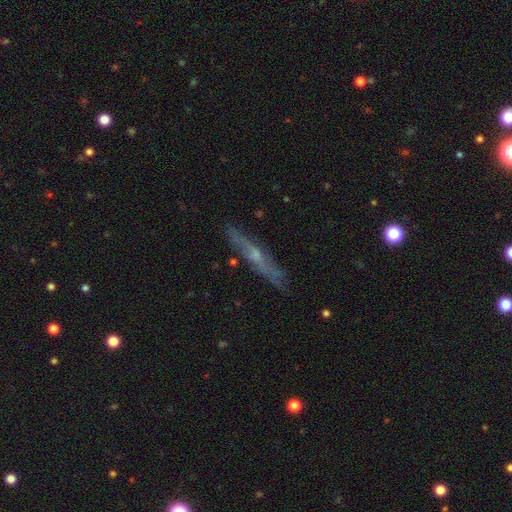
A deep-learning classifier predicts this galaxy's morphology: featured or disk 67%, smooth 25%, star or artifact 8%. Down the decision tree: edge-on disk — yes (85%); edge-on bulge — rounded (68%); merging — none (82%).